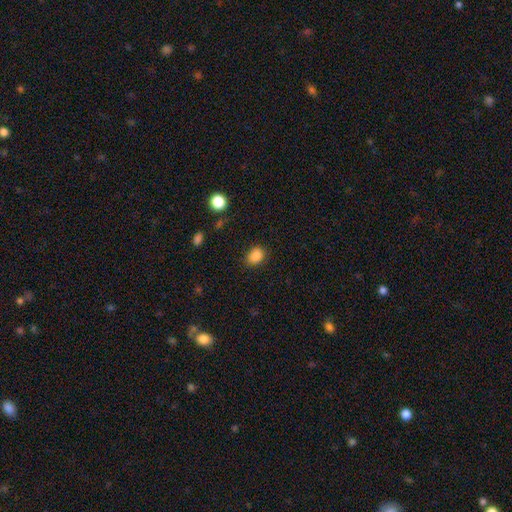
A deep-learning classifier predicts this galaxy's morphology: This appears to be a smooth galaxy with no disk features (86%) that is in between round and cigar-shaped (61%). Merging: none (80%).